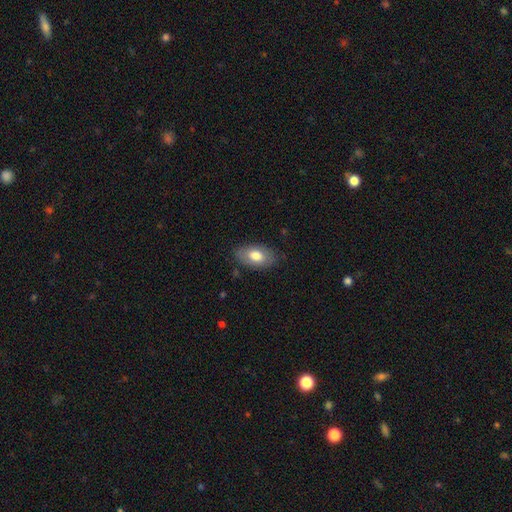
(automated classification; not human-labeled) Smooth or featured: smooth — 74% (featured or disk — 19%)
How rounded: in between — 93% (round — 5%)
Merging: none — 82% (minor disturbance — 14%)